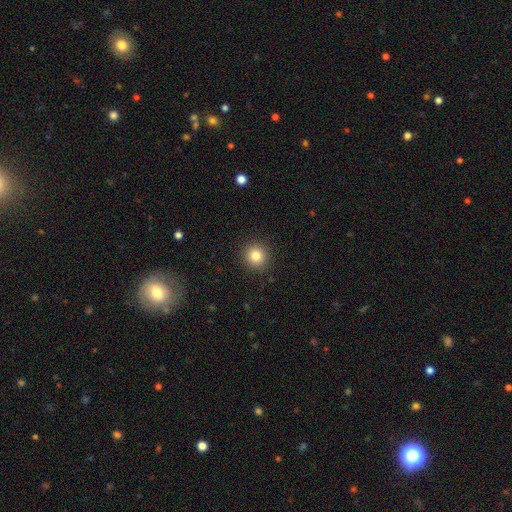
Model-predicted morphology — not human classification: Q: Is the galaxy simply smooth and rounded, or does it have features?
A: smooth — 83%.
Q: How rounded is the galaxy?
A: round — 93%.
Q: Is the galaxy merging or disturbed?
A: none — 91%.